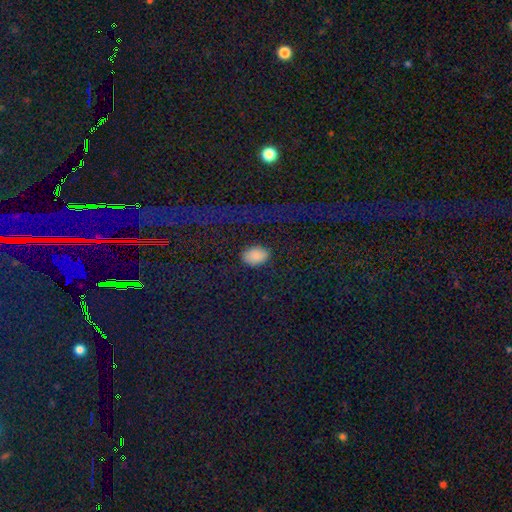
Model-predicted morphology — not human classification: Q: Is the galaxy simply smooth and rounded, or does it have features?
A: smooth — 82%.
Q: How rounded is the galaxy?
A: in between — 81%.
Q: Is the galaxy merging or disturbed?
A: none — 79%.